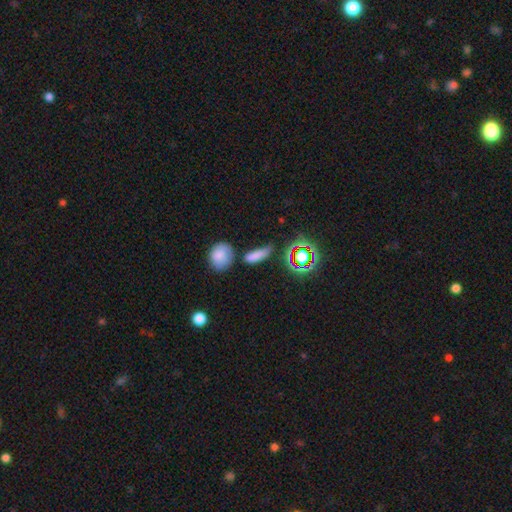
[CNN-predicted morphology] A smooth galaxy with no disk features (76%) that is in between round and cigar-shaped (45%). Merging: none (66%).